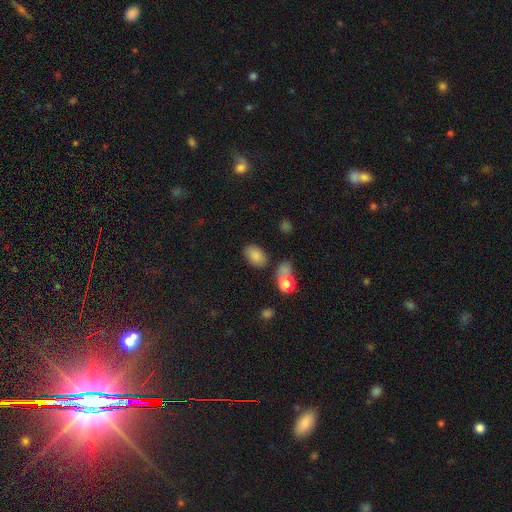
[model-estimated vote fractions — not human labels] This appears to be a smooth galaxy with no disk features (83%) that is in between round and cigar-shaped (88%). Merging: none (71%).